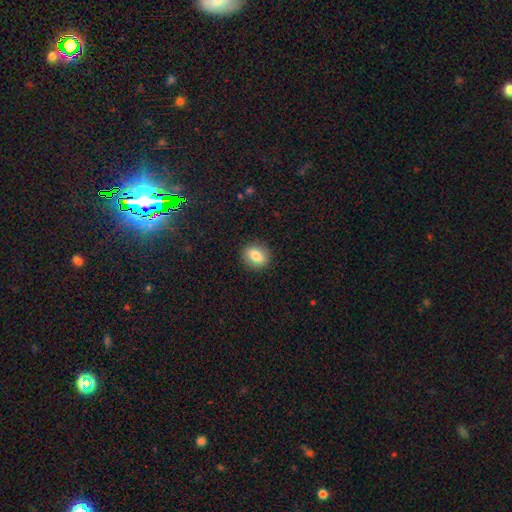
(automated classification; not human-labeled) This is clearly a smooth galaxy (81%). How rounded: possibly round (56%). Merging: clearly none (89%).